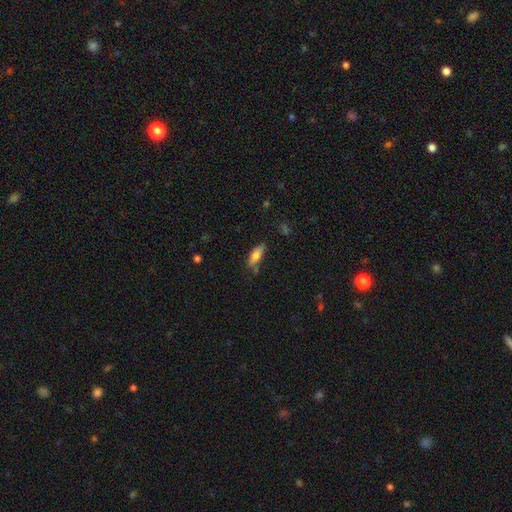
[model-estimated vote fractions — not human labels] Smooth or featured: smooth — 73% (featured or disk — 19%)
How rounded: in between — 64% (cigar-shaped — 33%)
Merging: none — 63% (minor disturbance — 24%)